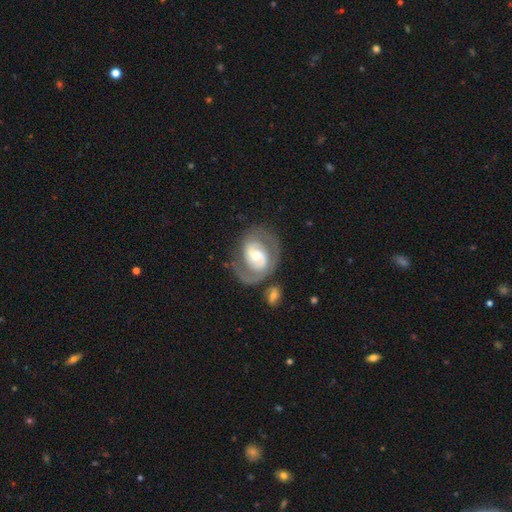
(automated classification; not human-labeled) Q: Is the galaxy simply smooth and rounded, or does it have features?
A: featured or disk — 80%.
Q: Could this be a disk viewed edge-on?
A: no — 97%.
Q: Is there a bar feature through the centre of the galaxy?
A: no — 49%.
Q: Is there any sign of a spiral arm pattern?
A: yes — 84%.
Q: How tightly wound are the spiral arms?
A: medium — 43%.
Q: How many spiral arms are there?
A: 2 — 77%.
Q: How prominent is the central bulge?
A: moderate — 61%.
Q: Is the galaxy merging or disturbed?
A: none — 64%.